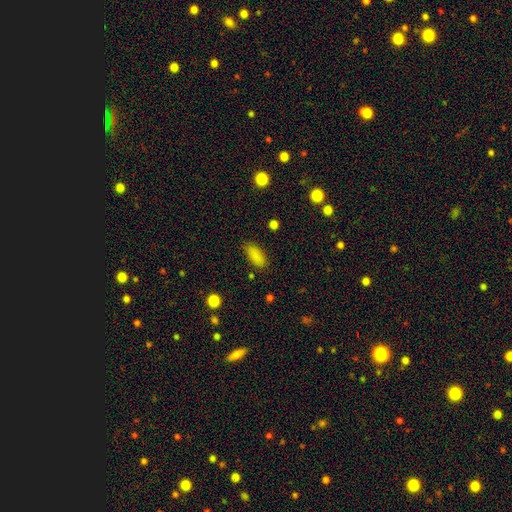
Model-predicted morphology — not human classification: This appears to be a smooth galaxy with no disk features (86%) that is in between round and cigar-shaped (85%). Merging: none (82%).